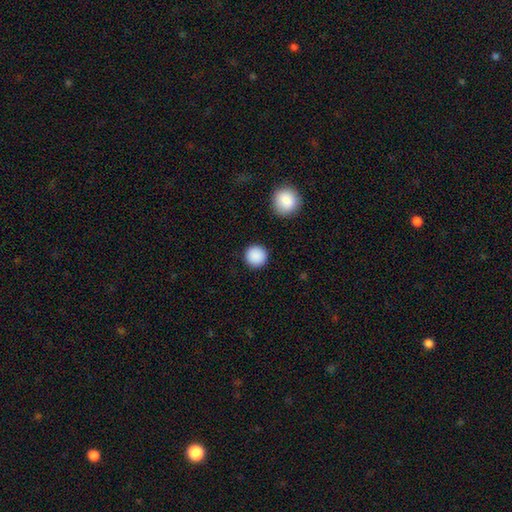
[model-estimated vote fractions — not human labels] smooth-or-featured: smooth: 89% | star or artifact: 9% | featured or disk: 3%
  how-rounded: round: 96% | in between: 3% | cigar-shaped: 1%
  merging: none: 91% | minor disturbance: 5% | major disturbance: 2% | merger: 2%